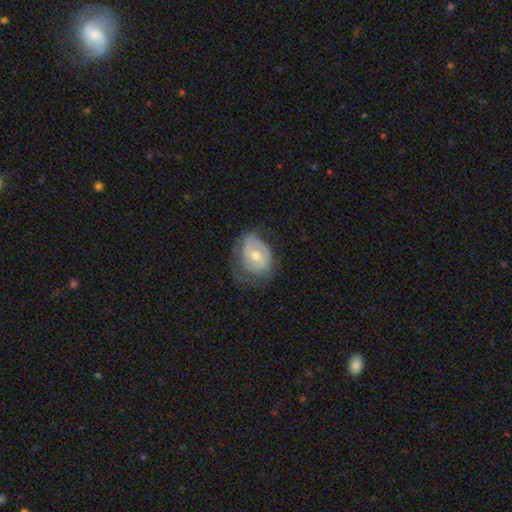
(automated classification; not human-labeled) The model was most divided on "spiral arms": yes: 56%, no: 44%. Remaining: edge-on disk — no (96%); bulge size — moderate (69%); bar — no (66%); smooth or featured — featured or disk (61%); merging — none (46%).